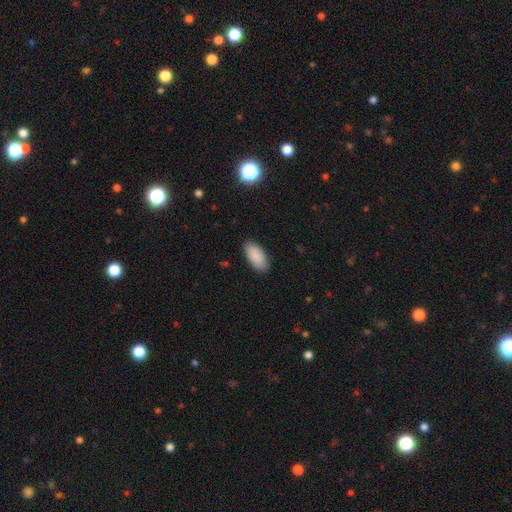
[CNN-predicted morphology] smooth_or_featured: smooth (p=0.90) [alt: star or artifact p=0.06]
how_rounded: in between (p=0.93) [alt: cigar-shaped p=0.05]
merging: none (p=0.87) [alt: minor disturbance p=0.10]